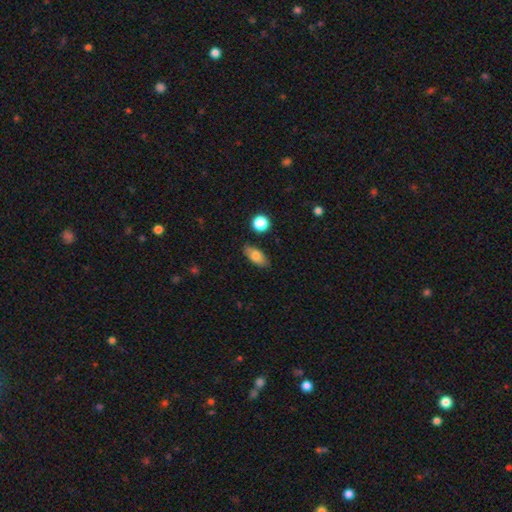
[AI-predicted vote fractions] Morphology: type=smooth (76%); roundness=in between (84%); merging=none (84%).